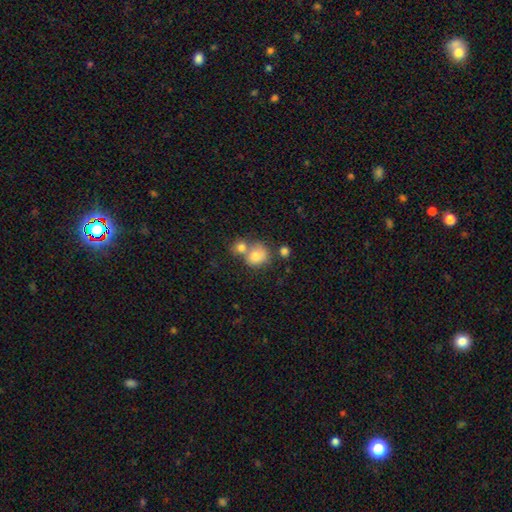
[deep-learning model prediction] This is likely a smooth galaxy (79%). How rounded: likely round (71%). Merging: possibly merger (47%).